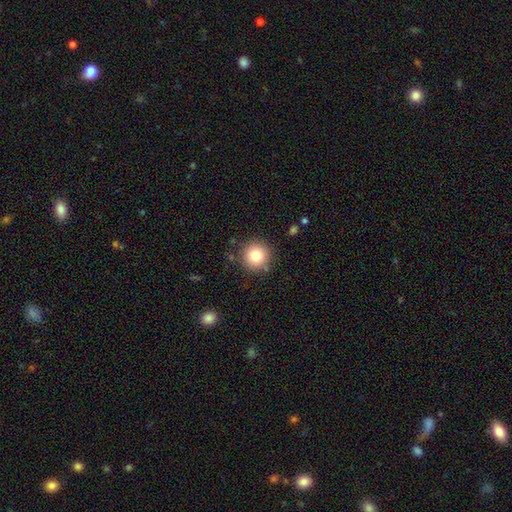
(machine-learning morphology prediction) A smooth galaxy with no disk features (82%) that is round (95%). Merging: none (87%).